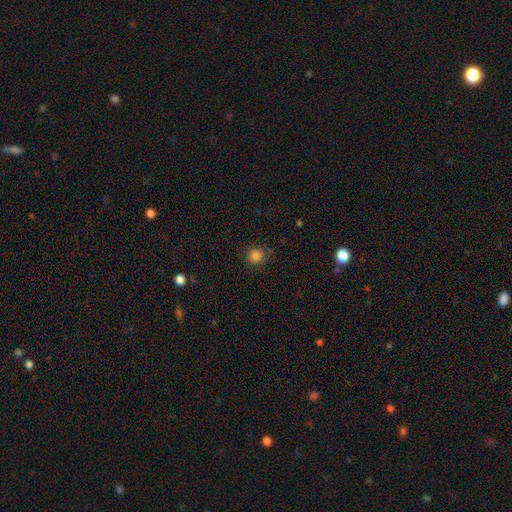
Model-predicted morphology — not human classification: Smooth or featured? Predicted: smooth (p=0.84). How rounded? Predicted: round (p=0.89). Merging? Predicted: none (p=0.84).